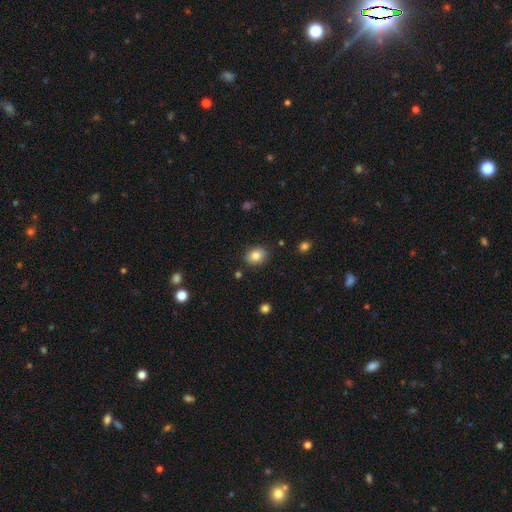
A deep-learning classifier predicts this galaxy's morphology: A smooth galaxy with no disk features (83%) that is in between round and cigar-shaped (59%). Merging: none (86%).